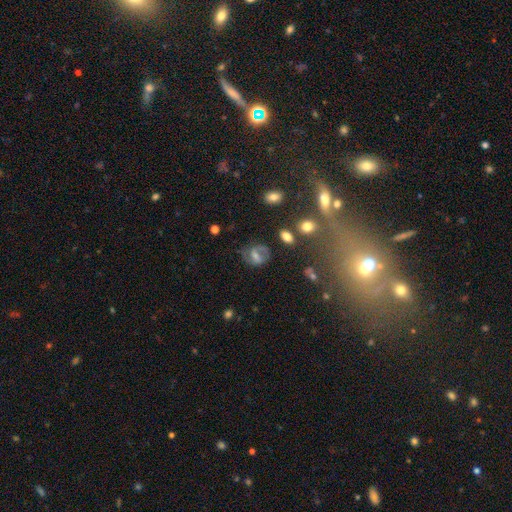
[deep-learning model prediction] This is possibly a featured or disk galaxy (50%). It is clearly not viewed edge-on (95%). Merging: likely none (65%).